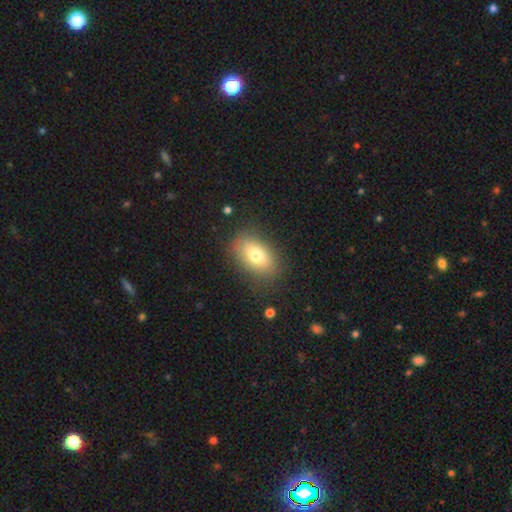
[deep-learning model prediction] Smooth or featured: smooth — 73% (featured or disk — 17%)
How rounded: in between — 85% (round — 14%)
Merging: none — 81% (minor disturbance — 13%)